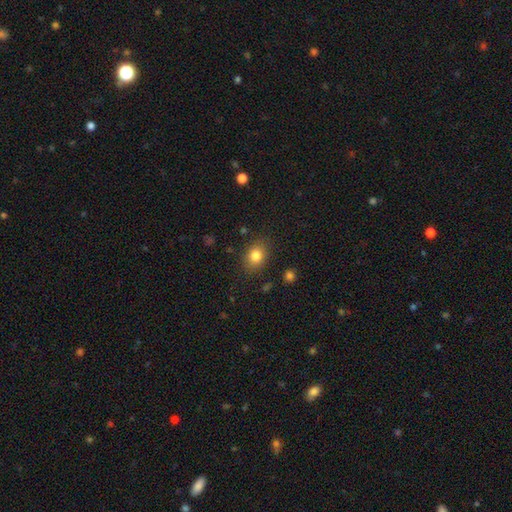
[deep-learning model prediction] A smooth galaxy with no disk features (82%) that is in between round and cigar-shaped (62%). Merging: none (84%).